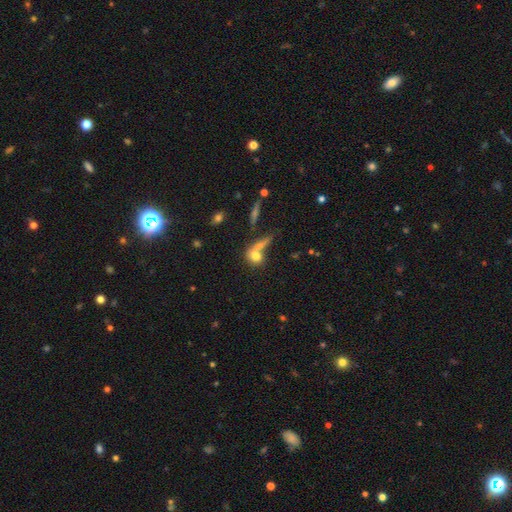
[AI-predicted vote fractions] smooth-or-featured: smooth: 72% | featured or disk: 16% | star or artifact: 11%
  how-rounded: round: 61% | in between: 32% | cigar-shaped: 6%
  merging: merger: 42% | none: 39% | minor disturbance: 11% | major disturbance: 9%